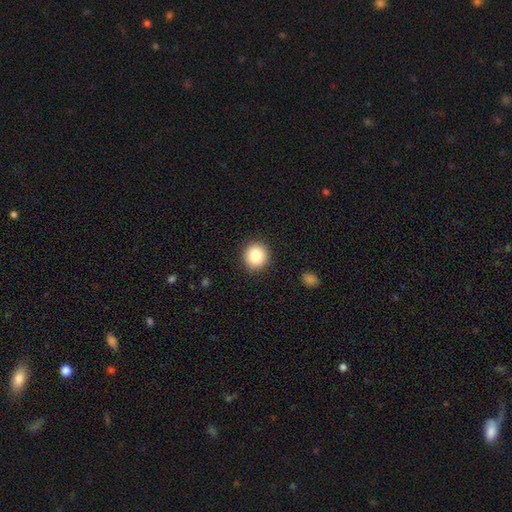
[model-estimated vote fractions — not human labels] The model was most divided on "smooth or featured": smooth: 84%, star or artifact: 9%, featured or disk: 7%. More confident: merging — none (91%); how rounded — round (91%).